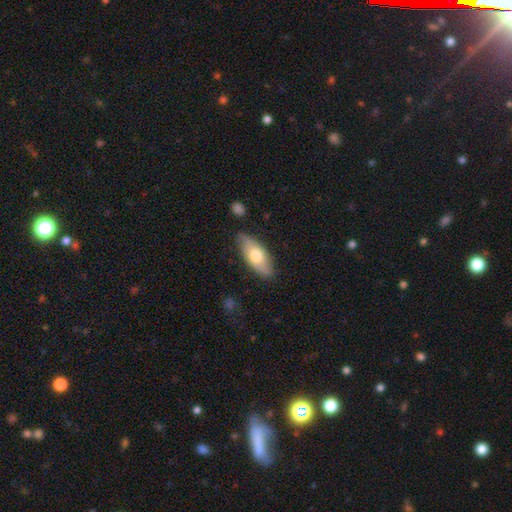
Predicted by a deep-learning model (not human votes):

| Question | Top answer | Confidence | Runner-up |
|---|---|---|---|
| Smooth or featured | smooth | 64% | featured or disk (30%) |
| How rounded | in between | 81% | cigar-shaped (16%) |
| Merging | none | 79% | minor disturbance (16%) |